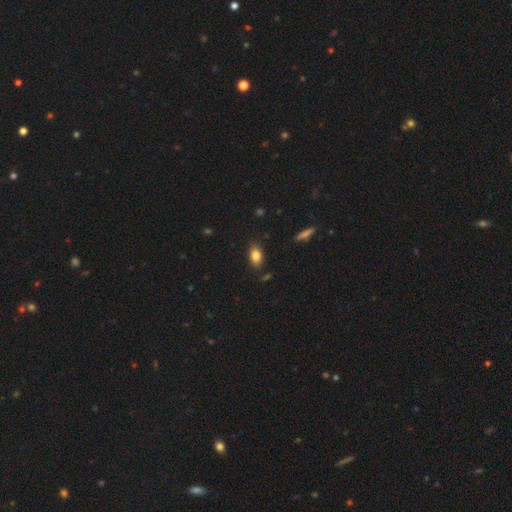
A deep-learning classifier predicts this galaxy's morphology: Smooth or featured?
  - smooth: 81% *
  - featured or disk: 10%
  - star or artifact: 9%
How rounded?
  - in between: 85% *
  - round: 11%
  - cigar-shaped: 4%
Merging?
  - none: 81% *
  - minor disturbance: 14%
  - major disturbance: 3%
  - merger: 2%